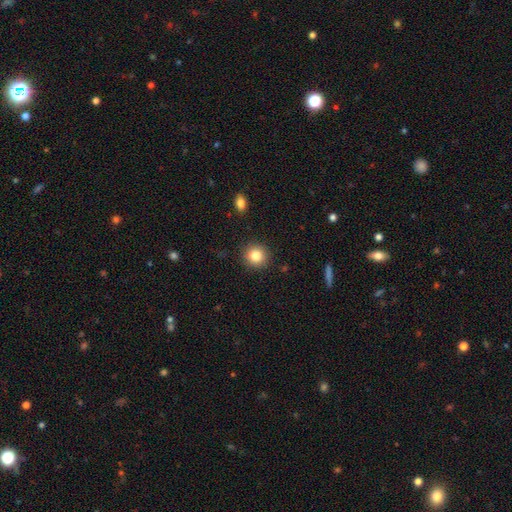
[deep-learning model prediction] Q: Smooth or featured?
A: smooth (83%); runner-up: star or artifact (10%)
Q: How rounded?
A: round (92%); runner-up: in between (7%)
Q: Merging?
A: none (91%); runner-up: minor disturbance (6%)